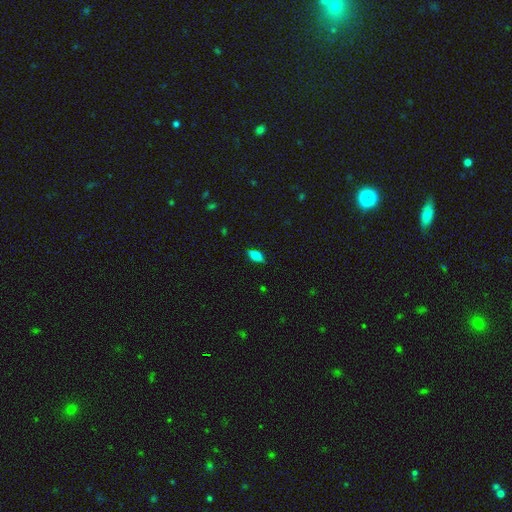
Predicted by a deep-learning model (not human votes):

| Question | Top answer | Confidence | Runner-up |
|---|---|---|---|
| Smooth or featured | smooth | 73% | featured or disk (19%) |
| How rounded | in between | 85% | cigar-shaped (11%) |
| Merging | none | 85% | minor disturbance (12%) |